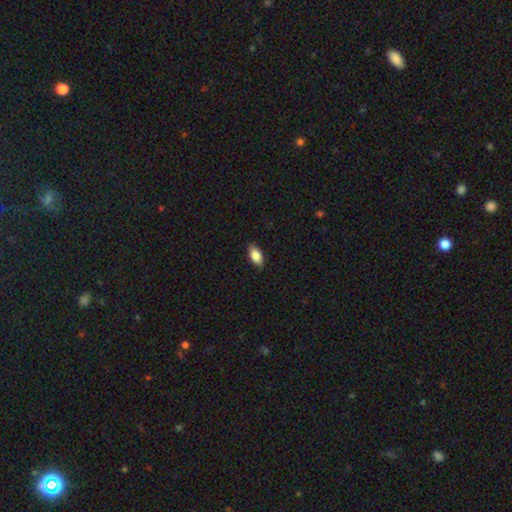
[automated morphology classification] This is clearly a smooth galaxy (83%). How rounded: clearly in between (89%). Merging: clearly none (87%).